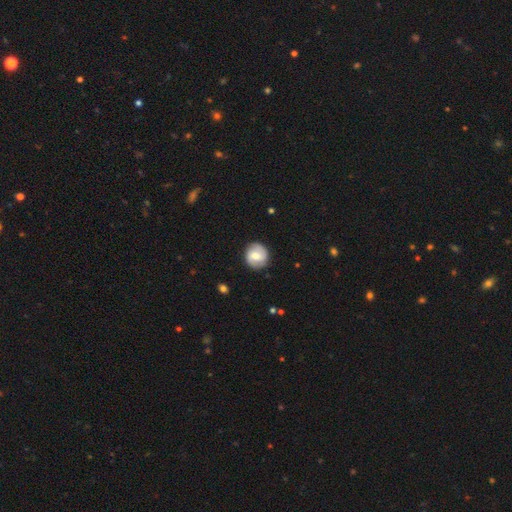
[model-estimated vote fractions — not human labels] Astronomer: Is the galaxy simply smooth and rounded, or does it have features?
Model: smooth — 49% (runner-up: featured or disk, 45%).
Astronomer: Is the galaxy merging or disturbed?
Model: none — 86%.